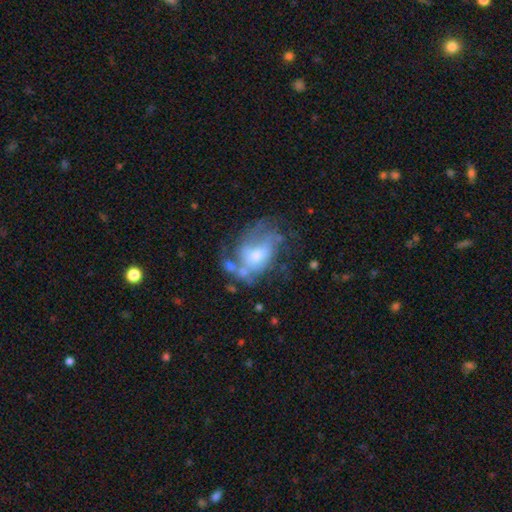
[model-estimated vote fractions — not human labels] smooth_or_featured: featured or disk (p=0.66) [alt: smooth p=0.25]
disk_edge_on: no (p=0.96) [alt: yes p=0.04]
bar: no (p=0.65) [alt: weak p=0.29]
has_spiral_arms: yes (p=0.61) [alt: no p=0.39]
bulge_size: moderate (p=0.50) [alt: small p=0.35]
merging: none (p=0.38) [alt: major disturbance p=0.29]